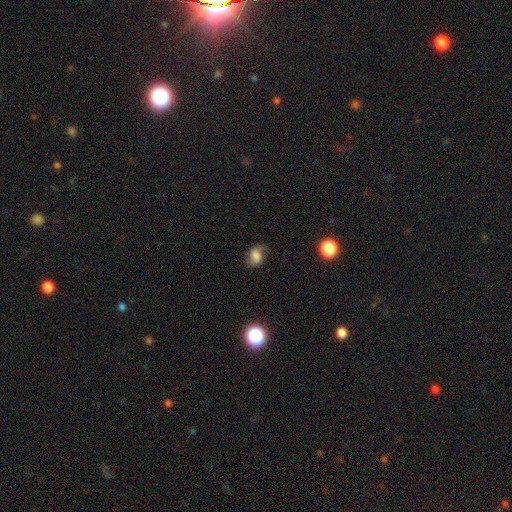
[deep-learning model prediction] Morphology: type=smooth (50%); roundness=in between (68%); merging=none (59%).